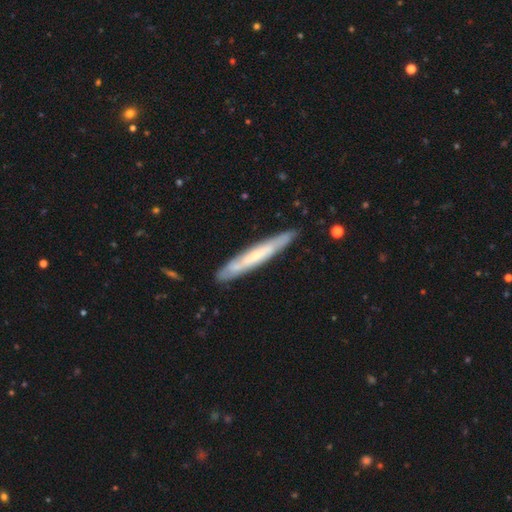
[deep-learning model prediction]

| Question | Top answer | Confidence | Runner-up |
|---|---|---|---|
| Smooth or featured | featured or disk | 55% | smooth (39%) |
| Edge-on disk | yes | 78% | no (22%) |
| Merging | none | 85% | minor disturbance (11%) |